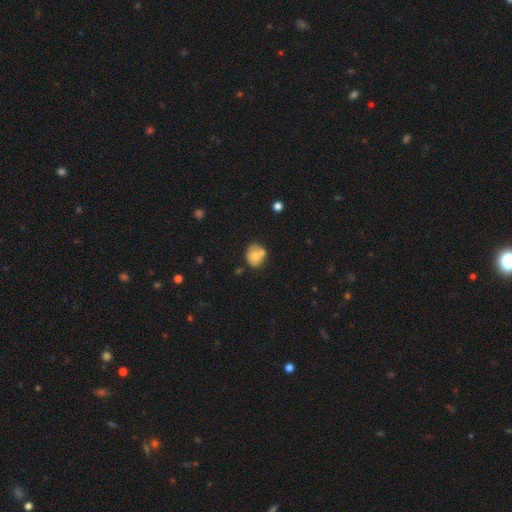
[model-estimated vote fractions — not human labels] Morphology: type=smooth (69%); roundness=round (67%); merging=none (51%).